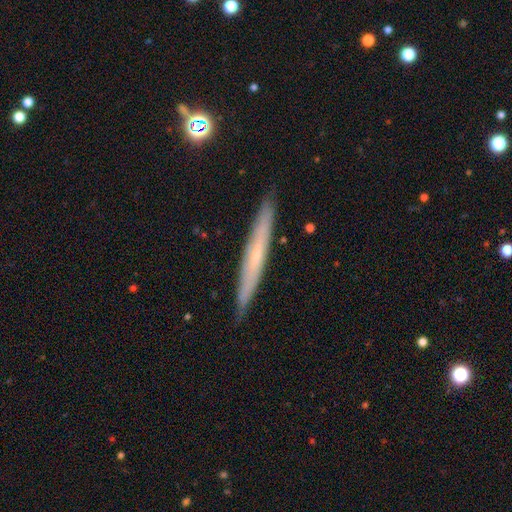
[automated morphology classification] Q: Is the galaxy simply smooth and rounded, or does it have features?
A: featured or disk — 55%.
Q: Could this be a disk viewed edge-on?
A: yes — 93%.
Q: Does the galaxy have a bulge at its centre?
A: none — 68%.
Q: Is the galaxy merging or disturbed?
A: none — 90%.